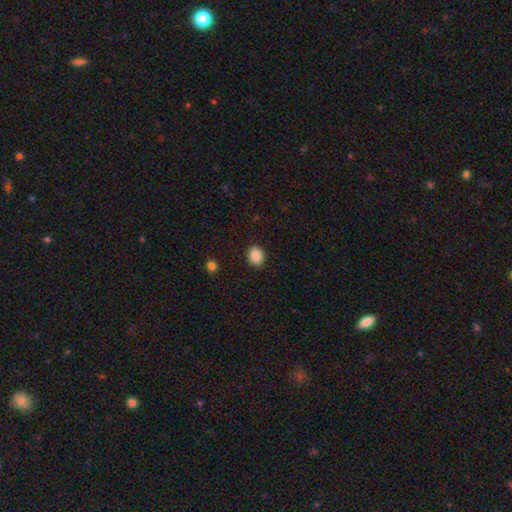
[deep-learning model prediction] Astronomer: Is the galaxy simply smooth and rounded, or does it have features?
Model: smooth — 88%.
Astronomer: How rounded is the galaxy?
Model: in between — 52% (runner-up: round, 47%).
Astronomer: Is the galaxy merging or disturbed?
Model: none — 90%.